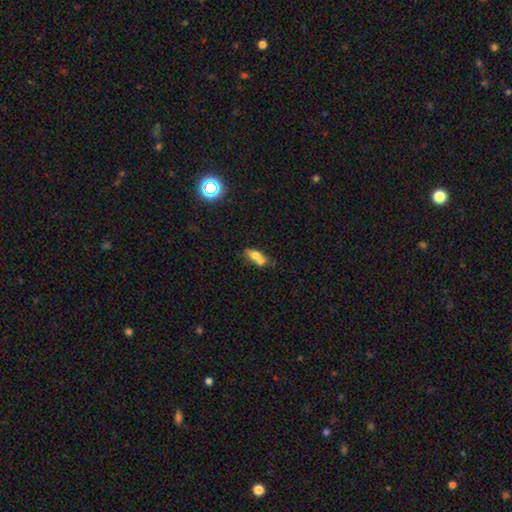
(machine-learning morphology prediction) Smooth or featured?
  - smooth: 62% *
  - featured or disk: 27%
  - star or artifact: 11%
How rounded?
  - in between: 69% *
  - round: 19%
  - cigar-shaped: 12%
Merging?
  - merger: 57% *
  - none: 28%
  - minor disturbance: 10%
  - major disturbance: 5%